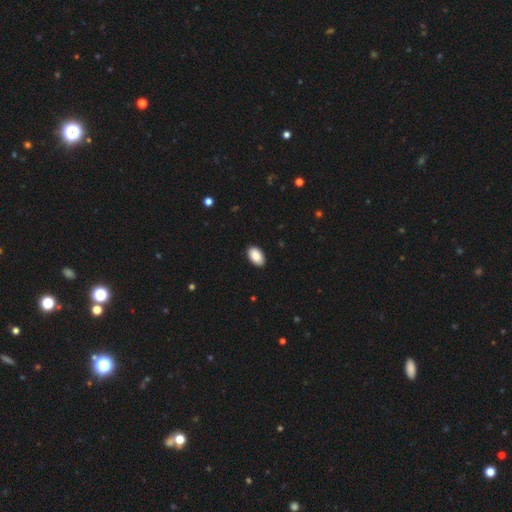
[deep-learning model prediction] Q: Smooth or featured?
A: smooth (90%); runner-up: star or artifact (6%)
Q: How rounded?
A: in between (95%); runner-up: round (4%)
Q: Merging?
A: none (90%); runner-up: minor disturbance (8%)